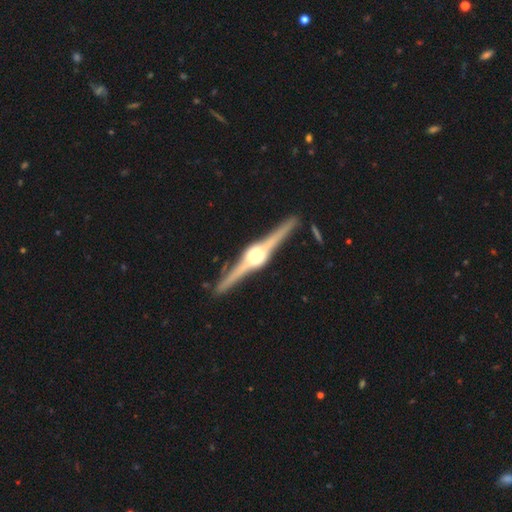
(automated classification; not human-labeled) Morphology: type=featured or disk (91%); edge-on=yes (99%); edge-on bulge=rounded (90%); merging=none (91%).